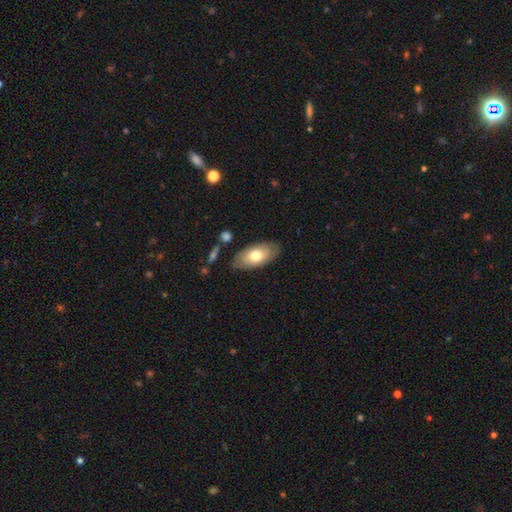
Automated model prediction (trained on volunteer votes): smooth_or_featured: smooth (p=0.69) [alt: featured or disk p=0.25]
how_rounded: in between (p=0.92) [alt: cigar-shaped p=0.05]
merging: none (p=0.82) [alt: minor disturbance p=0.12]